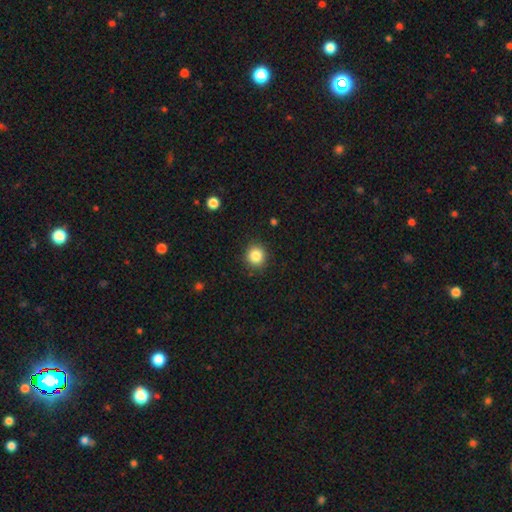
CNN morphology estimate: smooth-or-featured: smooth: 86% | star or artifact: 10% | featured or disk: 4%
  how-rounded: round: 89% | in between: 10% | cigar-shaped: 1%
  merging: none: 89% | minor disturbance: 7% | major disturbance: 2% | merger: 1%